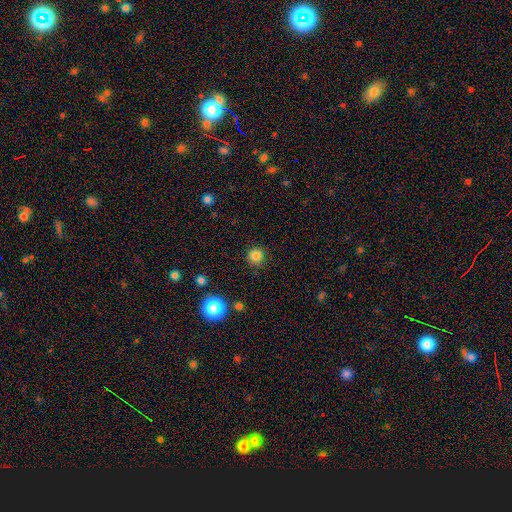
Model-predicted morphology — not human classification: smooth-or-featured: smooth: 83% | star or artifact: 13% | featured or disk: 4%
  how-rounded: round: 94% | in between: 5% | cigar-shaped: 1%
  merging: none: 88% | minor disturbance: 8% | major disturbance: 3% | merger: 1%